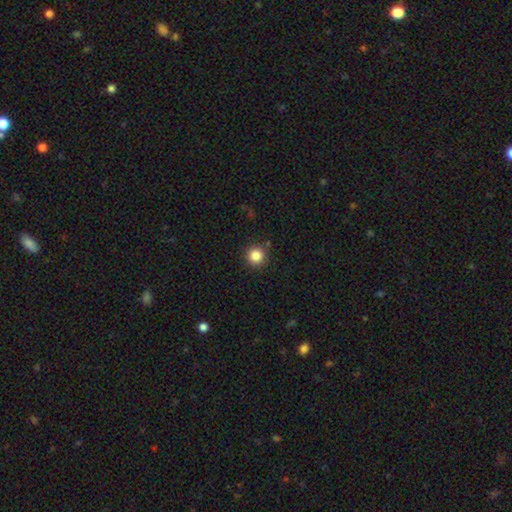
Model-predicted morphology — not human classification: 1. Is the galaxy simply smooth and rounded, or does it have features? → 84% smooth, 11% star or artifact, 4% featured or disk.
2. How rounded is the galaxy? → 95% round, 4% in between, 1% cigar-shaped.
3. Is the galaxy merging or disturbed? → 88% none, 7% minor disturbance, 2% major disturbance, 2% merger.